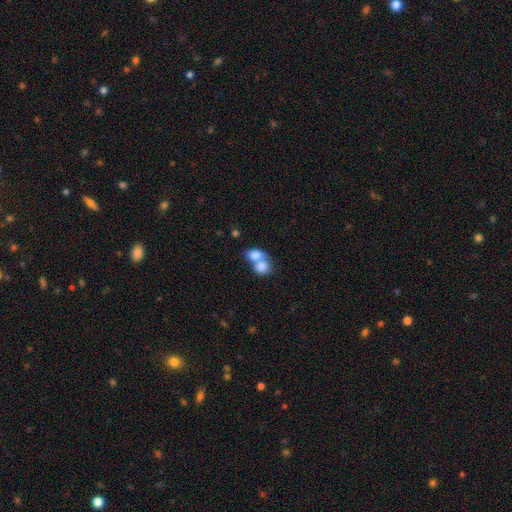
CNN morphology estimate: This is likely a smooth galaxy (80%). How rounded: likely in between (68%). Merging: likely merger (72%).